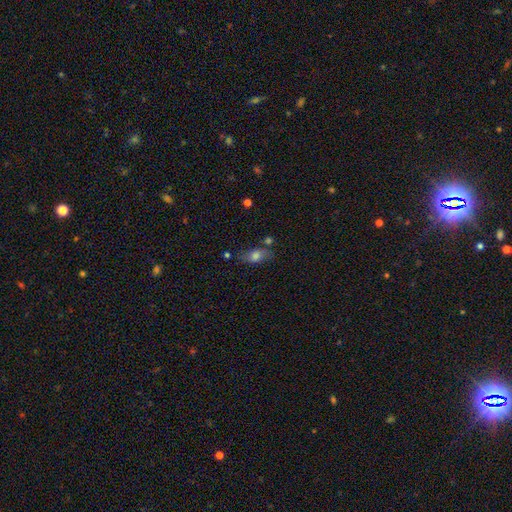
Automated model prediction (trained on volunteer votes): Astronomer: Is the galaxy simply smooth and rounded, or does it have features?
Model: smooth — 71%.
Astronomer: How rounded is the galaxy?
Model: in between — 80%.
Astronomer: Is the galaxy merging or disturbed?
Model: none — 68%.